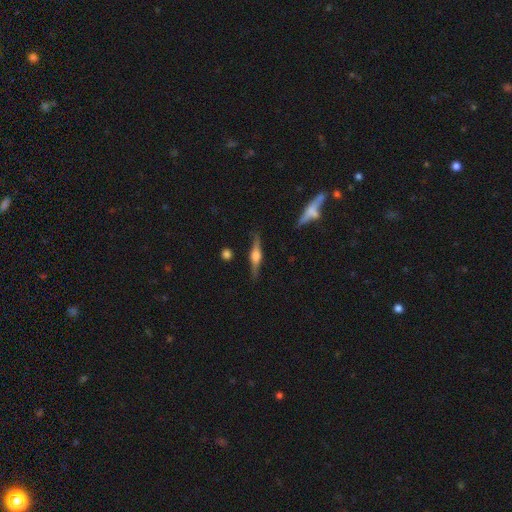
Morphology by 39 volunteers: Smooth or featured: featured or disk — 82% (smooth — 15%)
Edge-on disk: yes — 100%
Edge-on bulge: rounded — 97% (boxy — 3%)
Merging: none — 97% (major disturbance — 3%)